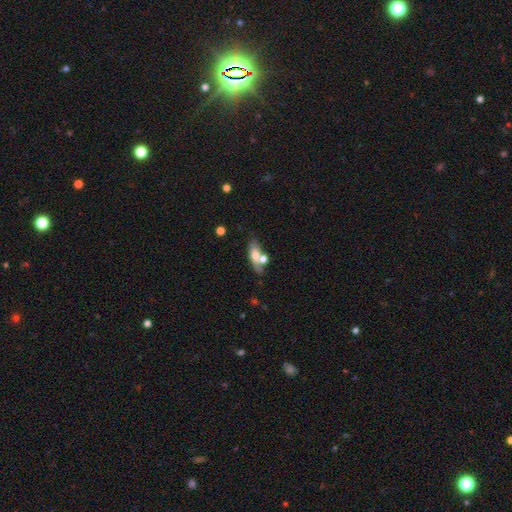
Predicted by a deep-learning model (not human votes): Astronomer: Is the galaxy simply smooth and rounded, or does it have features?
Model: smooth — 61%.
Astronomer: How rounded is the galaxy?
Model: in between — 70%.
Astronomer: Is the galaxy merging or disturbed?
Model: none — 47% (runner-up: merger, 30%).